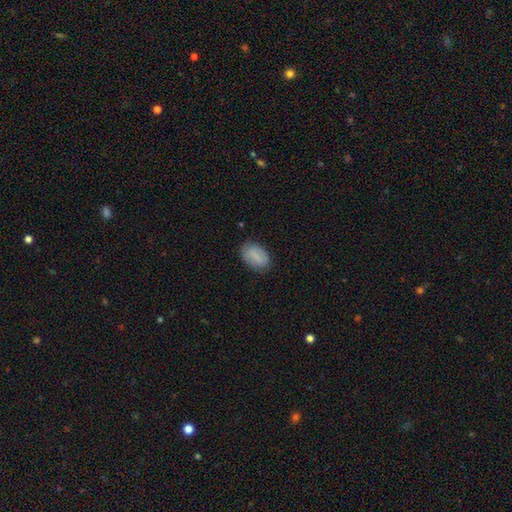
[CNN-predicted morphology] Smooth or featured: smooth — 77% (featured or disk — 15%)
How rounded: in between — 88% (round — 11%)
Merging: none — 80% (minor disturbance — 16%)